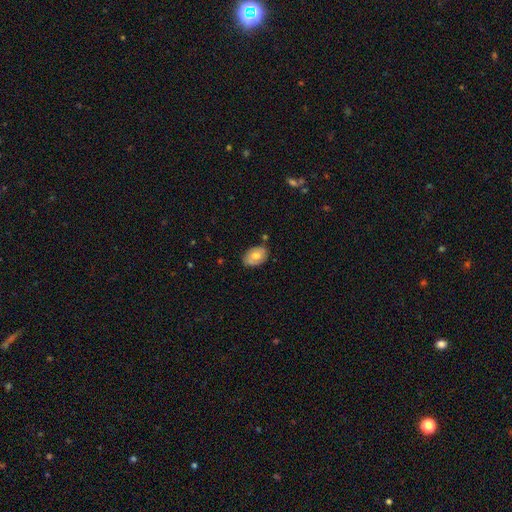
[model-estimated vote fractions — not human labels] Smooth or featured? Predicted: smooth (p=0.65). How rounded? Predicted: in between (p=0.84). Merging? Predicted: none (p=0.73).